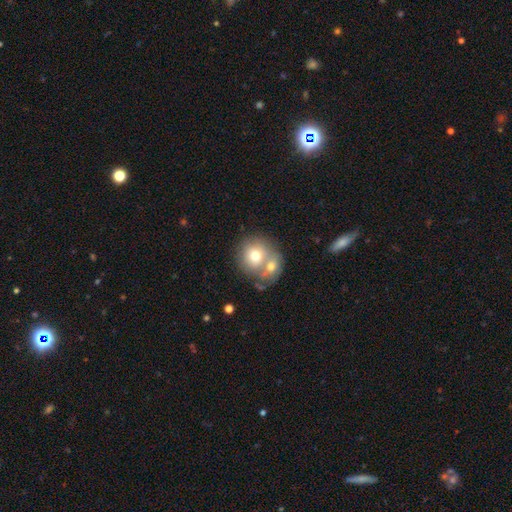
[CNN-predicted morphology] smooth 68%, featured or disk 23%, star or artifact 8%. Down the decision tree: how rounded — round (82%); merging — merger (57%).